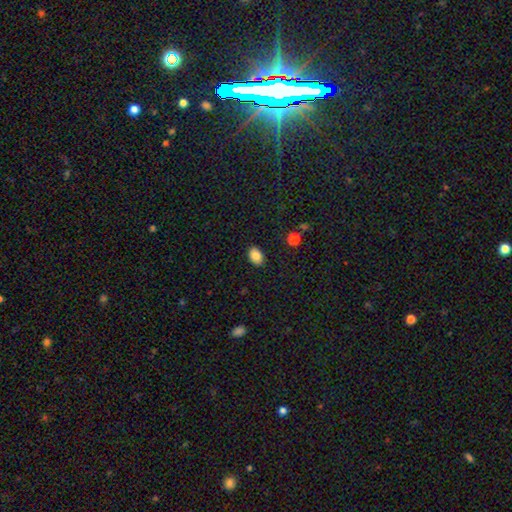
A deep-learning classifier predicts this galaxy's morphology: smooth-or-featured: smooth: 86% | star or artifact: 9% | featured or disk: 5%
  how-rounded: in between: 84% | round: 15% | cigar-shaped: 1%
  merging: none: 88% | minor disturbance: 9% | major disturbance: 2% | merger: 1%